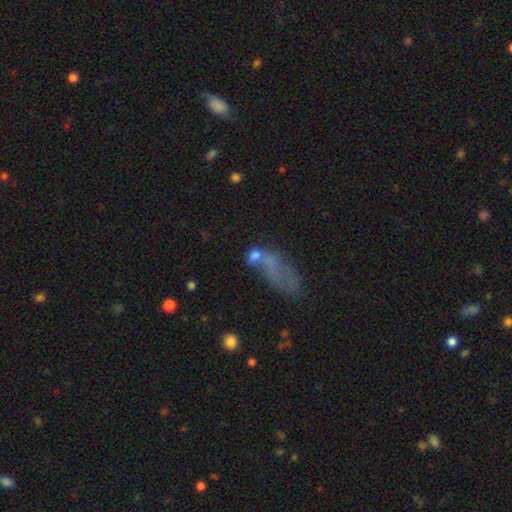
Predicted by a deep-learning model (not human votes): Smooth or featured? Predicted: smooth (p=0.60). How rounded? Predicted: in between (p=0.68). Merging? Predicted: merger (p=0.39).